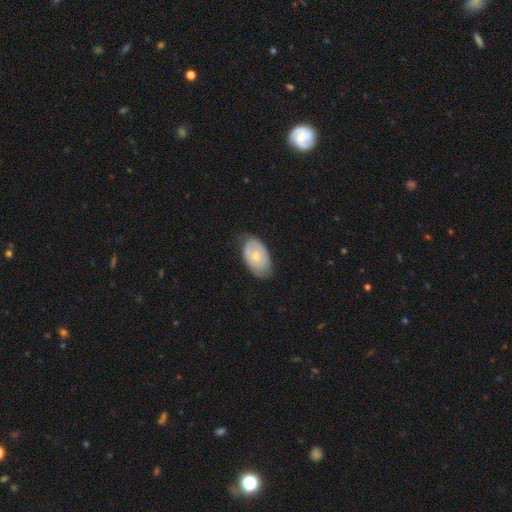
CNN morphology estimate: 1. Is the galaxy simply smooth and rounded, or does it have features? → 57% smooth, 37% featured or disk, 6% star or artifact.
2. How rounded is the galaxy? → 92% in between, 7% round, 1% cigar-shaped.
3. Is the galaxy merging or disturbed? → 66% none, 27% minor disturbance, 6% major disturbance, 1% merger.